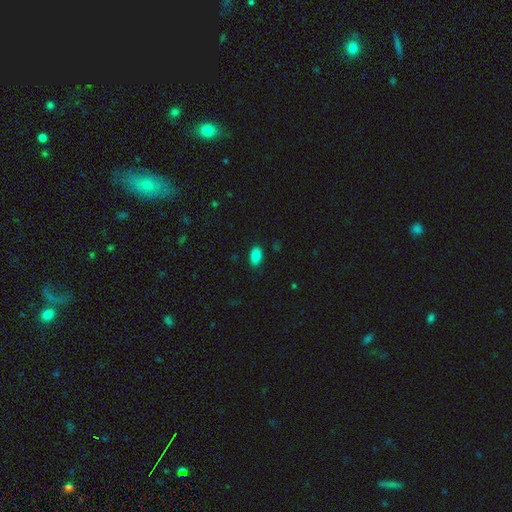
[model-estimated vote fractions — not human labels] Morphology: type=smooth (85%); roundness=in between (93%); merging=none (85%).